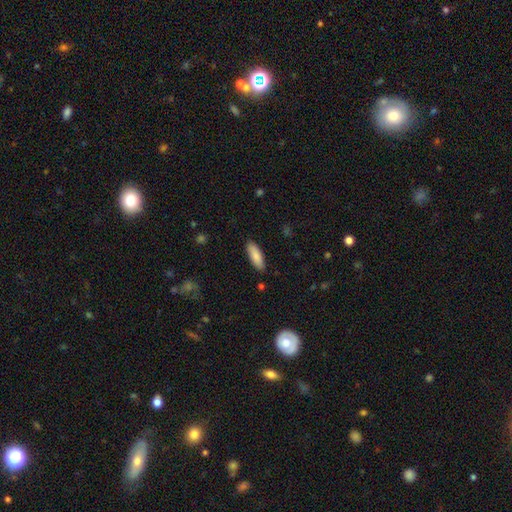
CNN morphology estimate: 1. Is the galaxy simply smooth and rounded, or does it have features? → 85% smooth, 9% featured or disk, 6% star or artifact.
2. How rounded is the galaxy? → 60% in between, 39% cigar-shaped, 2% round.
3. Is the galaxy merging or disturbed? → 88% none, 9% minor disturbance, 2% major disturbance, 1% merger.